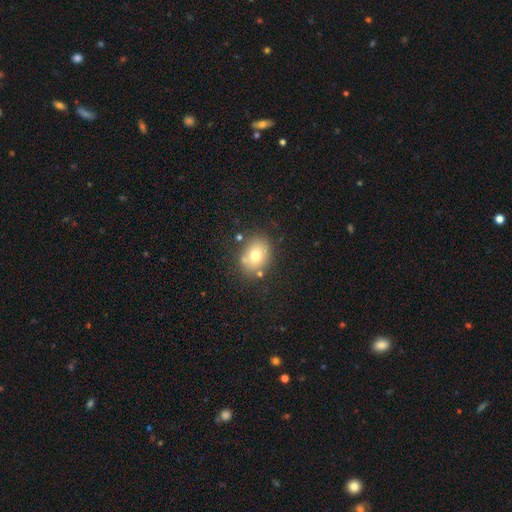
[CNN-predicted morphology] smooth-or-featured: smooth: 72% | featured or disk: 17% | star or artifact: 12%
  how-rounded: round: 50% | in between: 49% | cigar-shaped: 1%
  merging: none: 75% | minor disturbance: 14% | merger: 7% | major disturbance: 4%